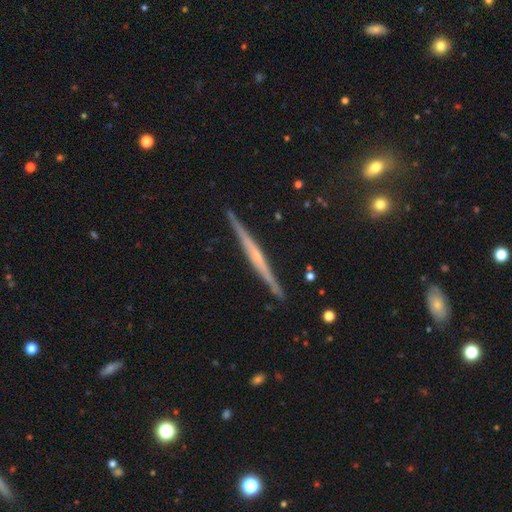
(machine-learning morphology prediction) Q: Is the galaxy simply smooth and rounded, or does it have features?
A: featured or disk — 75%.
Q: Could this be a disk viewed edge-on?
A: yes — 98%.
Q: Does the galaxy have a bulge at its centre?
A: none — 51%.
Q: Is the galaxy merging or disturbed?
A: none — 90%.